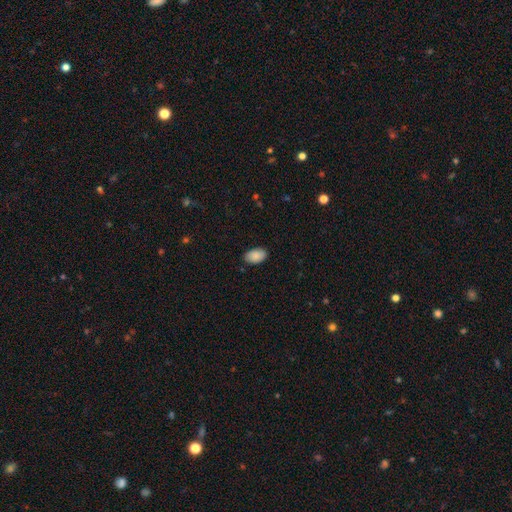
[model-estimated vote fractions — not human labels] Morphology: type=smooth (89%); roundness=in between (93%); merging=none (86%).